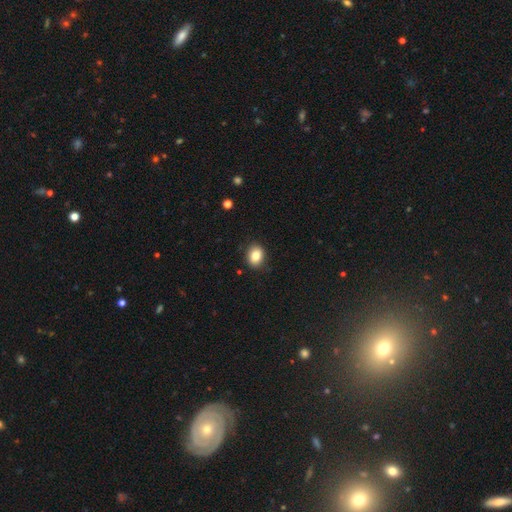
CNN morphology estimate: This appears to be a smooth galaxy with no disk features (84%) that is in between round and cigar-shaped (56%). Merging: none (87%).